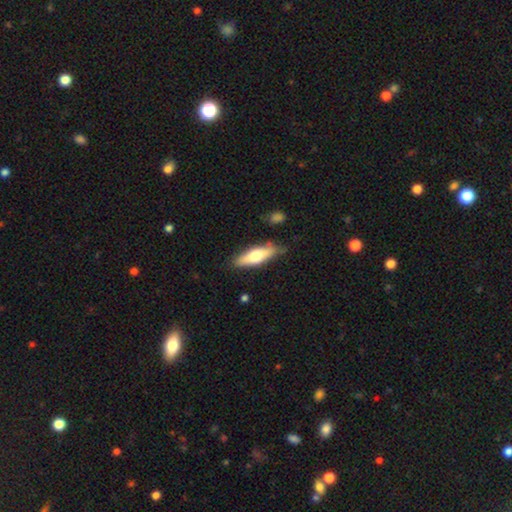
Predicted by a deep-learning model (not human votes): smooth 59%, featured or disk 36%, star or artifact 5%. Down the decision tree: how rounded — cigar-shaped (56%); merging — none (79%).